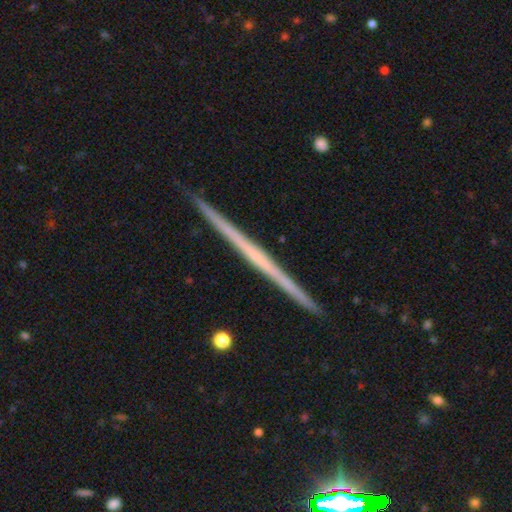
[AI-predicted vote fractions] Q: Smooth or featured?
A: featured or disk (69%); runner-up: smooth (24%)
Q: Edge-on disk?
A: yes (98%); runner-up: no (2%)
Q: Edge-on bulge?
A: none (87%); runner-up: rounded (9%)
Q: Merging?
A: none (92%); runner-up: minor disturbance (5%)